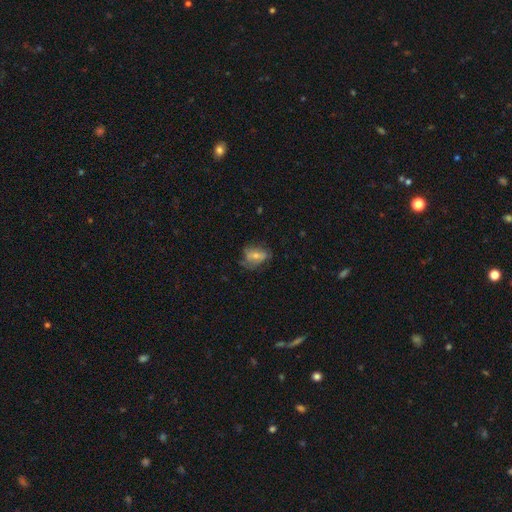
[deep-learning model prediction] smooth-or-featured: smooth: 49% | featured or disk: 41% | star or artifact: 10%
  merging: none: 52% | minor disturbance: 29% | major disturbance: 17% | merger: 2%